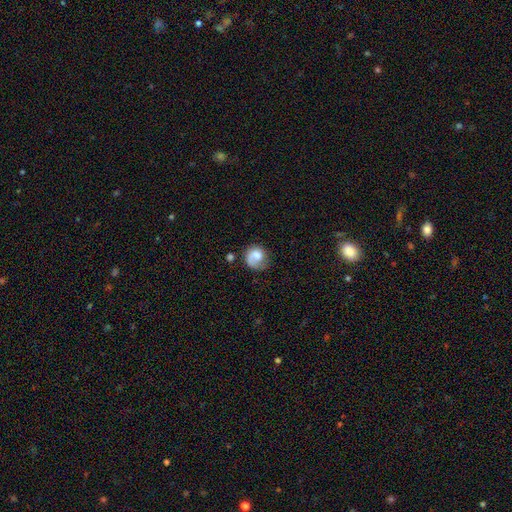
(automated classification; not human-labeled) The model was most divided on "smooth or featured": smooth: 55%, featured or disk: 38%, star or artifact: 8%. More confident: how rounded — round (80%); merging — none (55%).